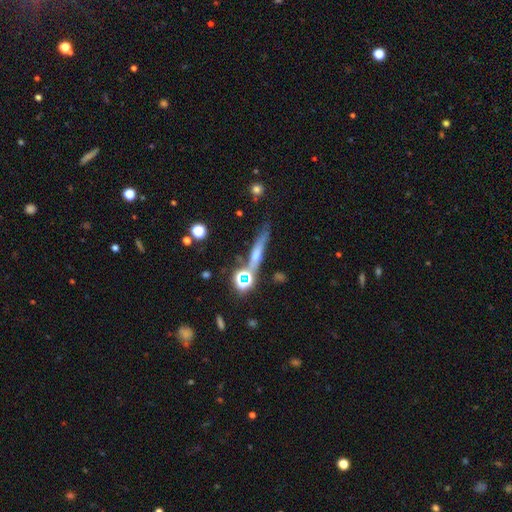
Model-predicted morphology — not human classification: A featured or disk galaxy (49%).

Vote fractions:
- Smooth or featured? featured or disk: 49% / smooth: 32% / star or artifact: 19%
- Merging? none: 66% / minor disturbance: 15% / merger: 12% / major disturbance: 6%